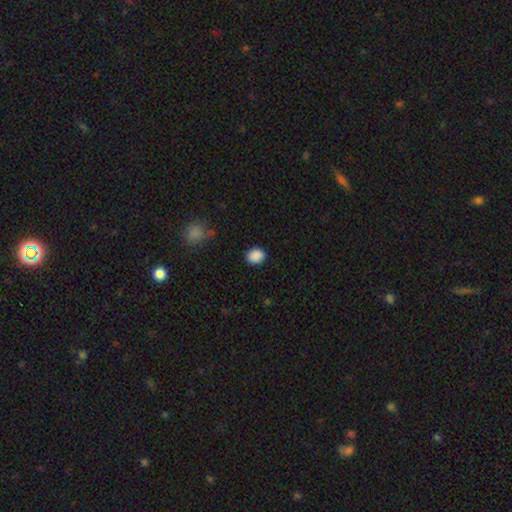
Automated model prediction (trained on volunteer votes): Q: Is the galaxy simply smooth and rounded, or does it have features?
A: smooth — 89%.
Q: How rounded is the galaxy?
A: round — 54%.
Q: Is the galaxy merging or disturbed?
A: none — 87%.